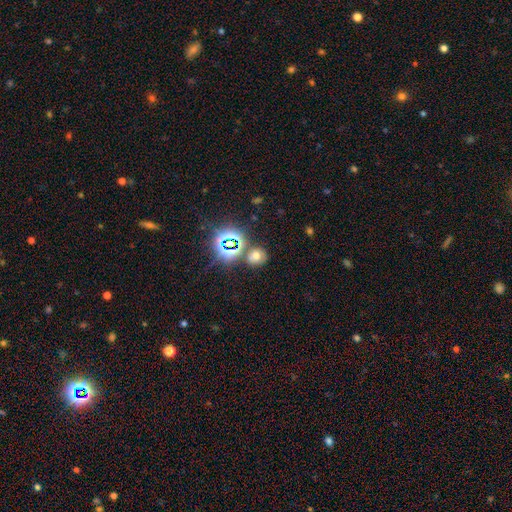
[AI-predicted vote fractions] A smooth galaxy with no disk features (53%) that is round (70%). Merging: none (73%).